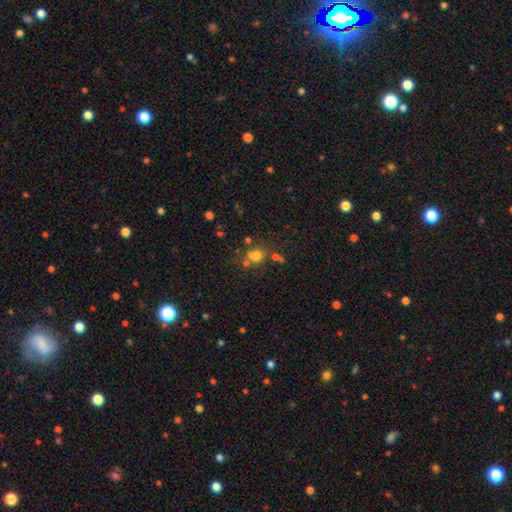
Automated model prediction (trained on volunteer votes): smooth-or-featured: smooth: 70% | star or artifact: 18% | featured or disk: 11%
  how-rounded: round: 71% | in between: 28% | cigar-shaped: 1%
  merging: none: 55% | merger: 26% | minor disturbance: 12% | major disturbance: 6%